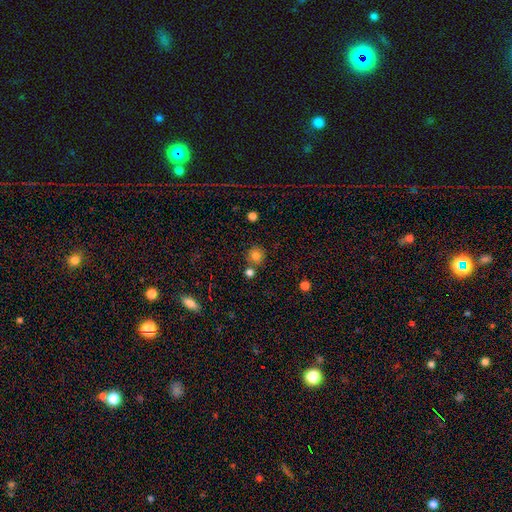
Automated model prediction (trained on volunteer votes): The model was most divided on "merging": none: 74%, merger: 14%, minor disturbance: 9%, major disturbance: 3%. More confident: how rounded — round (90%); smooth or featured — smooth (81%).